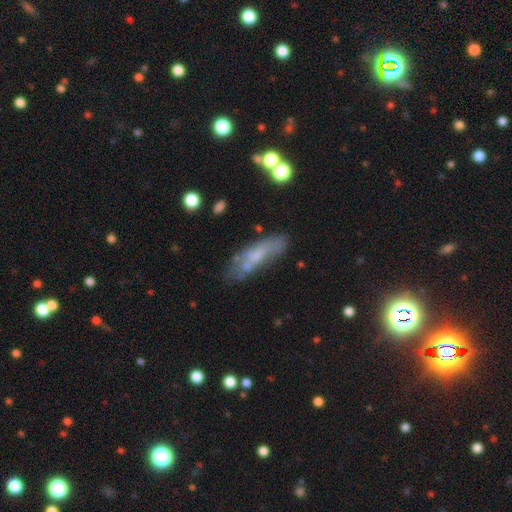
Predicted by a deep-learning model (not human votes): The model was most divided on "how rounded": cigar-shaped: 53%, in between: 44%, round: 2%. More confident: merging — none (52%); smooth or featured — smooth (50%).